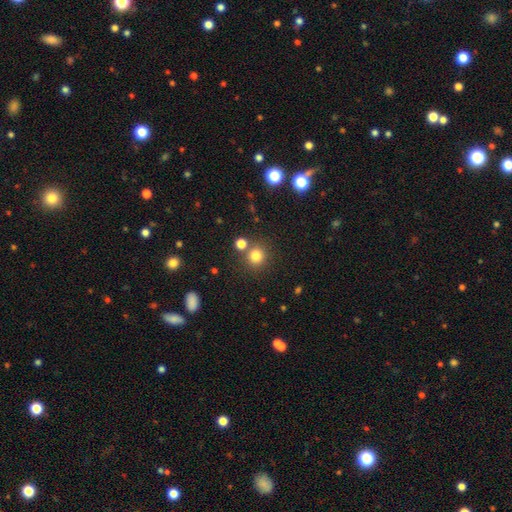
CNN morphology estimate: smooth_or_featured: smooth (p=0.79) [alt: star or artifact p=0.15]
how_rounded: round (p=0.90) [alt: in between p=0.09]
merging: none (p=0.77) [alt: merger p=0.12]